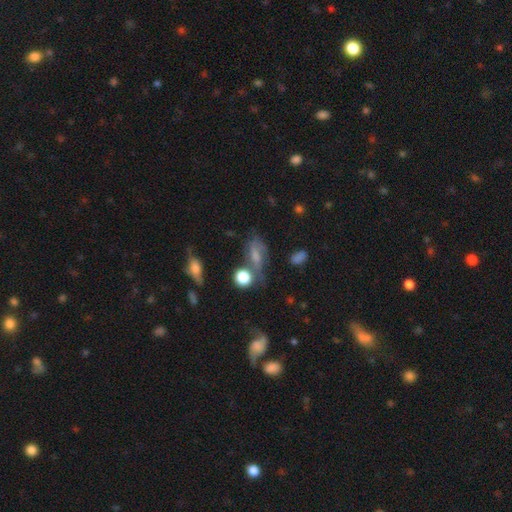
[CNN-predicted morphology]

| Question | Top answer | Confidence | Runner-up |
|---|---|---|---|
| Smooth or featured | smooth | 44% | featured or disk (39%) |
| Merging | none | 46% | minor disturbance (23%) |